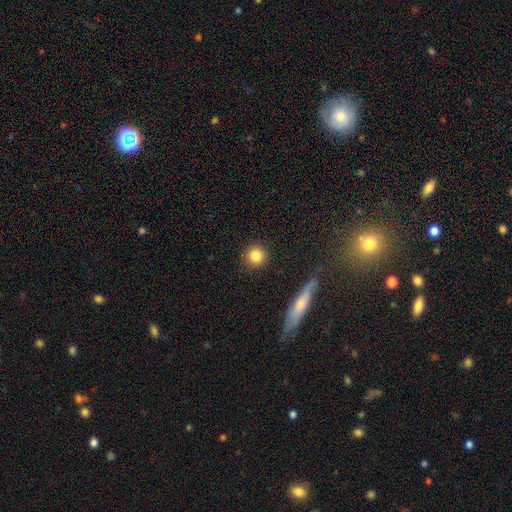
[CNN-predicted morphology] Smooth or featured?
  - smooth: 85% *
  - star or artifact: 9%
  - featured or disk: 6%
How rounded?
  - round: 93% *
  - in between: 6%
  - cigar-shaped: 2%
Merging?
  - none: 90% *
  - minor disturbance: 6%
  - major disturbance: 2%
  - merger: 2%